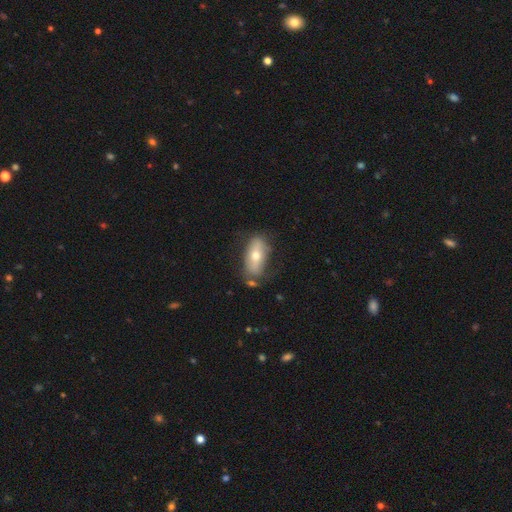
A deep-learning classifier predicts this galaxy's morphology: smooth_or_featured: smooth (p=0.57) [alt: featured or disk p=0.36]
how_rounded: in between (p=0.84) [alt: cigar-shaped p=0.12]
merging: none (p=0.65) [alt: minor disturbance p=0.22]